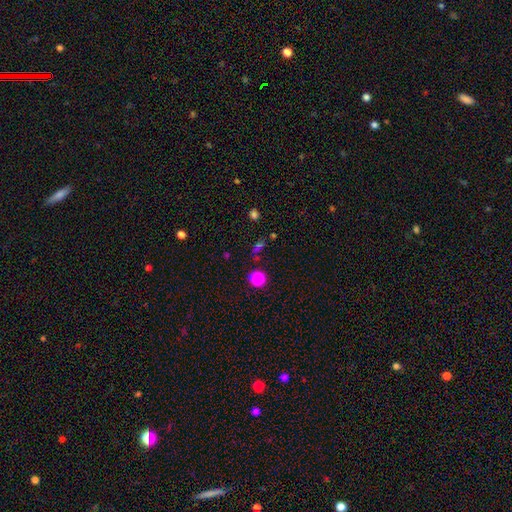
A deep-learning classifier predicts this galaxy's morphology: smooth 62%, star or artifact 30%, featured or disk 8%. Down the decision tree: how rounded — round (67%); merging — none (76%).